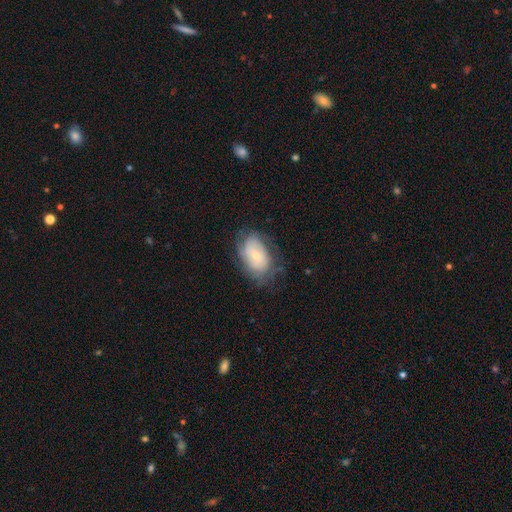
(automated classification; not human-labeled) smooth-or-featured: smooth: 48% | featured or disk: 44% | star or artifact: 8%
  merging: none: 62% | minor disturbance: 24% | major disturbance: 13% | merger: 1%